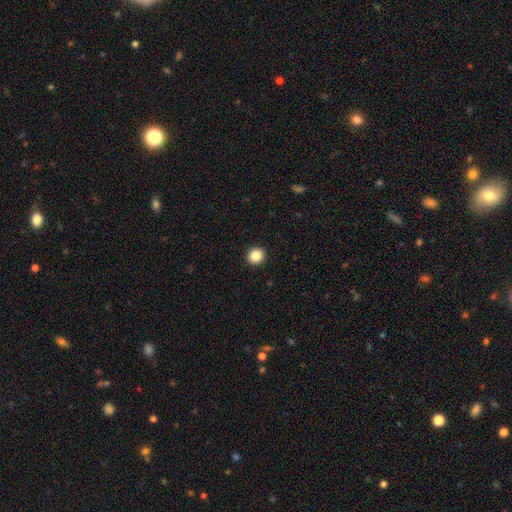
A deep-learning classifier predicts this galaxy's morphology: Smooth or featured?
  - smooth: 87% *
  - star or artifact: 10%
  - featured or disk: 4%
How rounded?
  - round: 94% *
  - in between: 5%
  - cigar-shaped: 1%
Merging?
  - none: 94% *
  - minor disturbance: 4%
  - major disturbance: 1%
  - merger: 1%